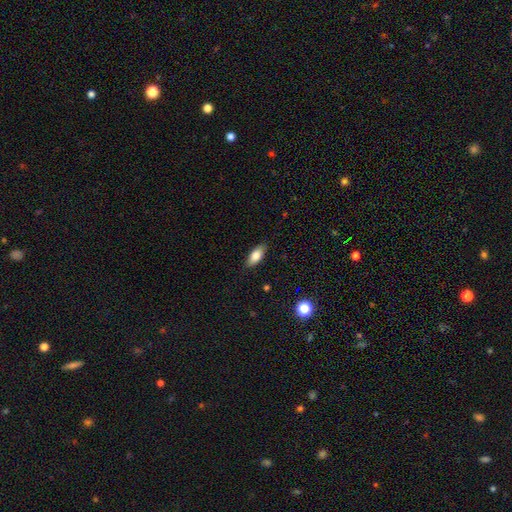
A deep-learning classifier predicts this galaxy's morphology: This is clearly a smooth galaxy (81%). How rounded: clearly in between (84%). Merging: clearly none (86%).